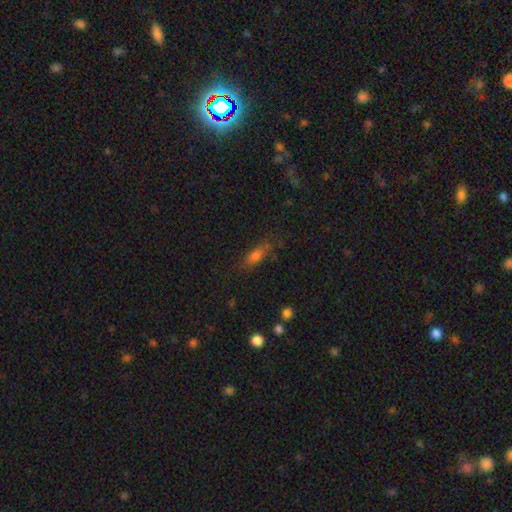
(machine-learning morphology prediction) A smooth galaxy with no disk features (65%) that is in between round and cigar-shaped (61%). Merging: none (72%).